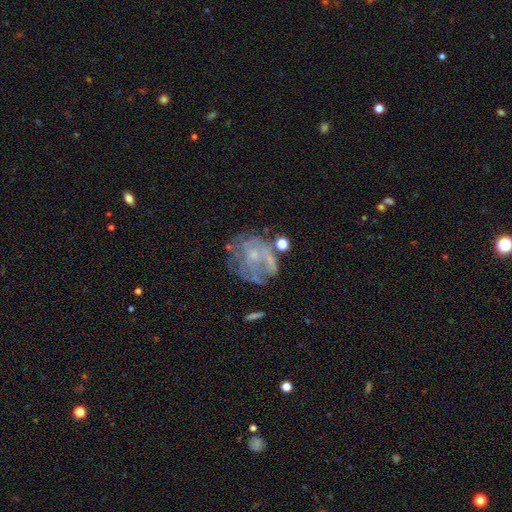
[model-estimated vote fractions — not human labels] Smooth or featured? featured or disk (67%)
Edge-on disk? no (97%)
Bar? no (81%)
Spiral arms? yes (51%)
Bulge size? small (65%)
Merging? none (49%)